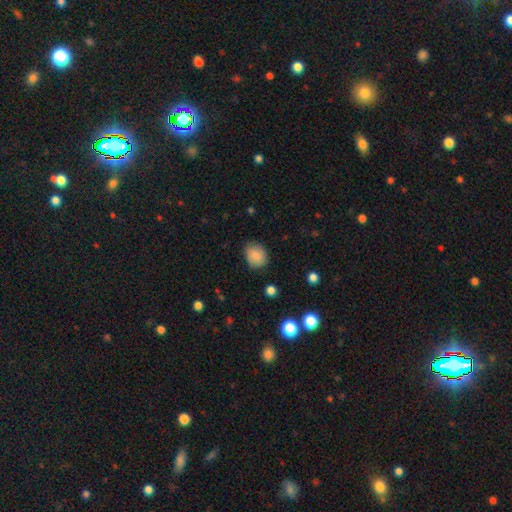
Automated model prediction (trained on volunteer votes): smooth_or_featured: smooth (p=0.85) [alt: star or artifact p=0.08]
how_rounded: round (p=0.53) [alt: in between p=0.46]
merging: none (p=0.76) [alt: minor disturbance p=0.19]